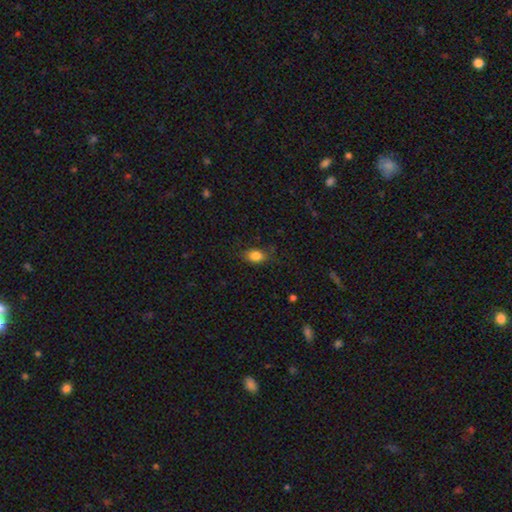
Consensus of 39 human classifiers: Smooth or featured? smooth (92%)
How rounded? in between (67%)
Merging? none (82%)